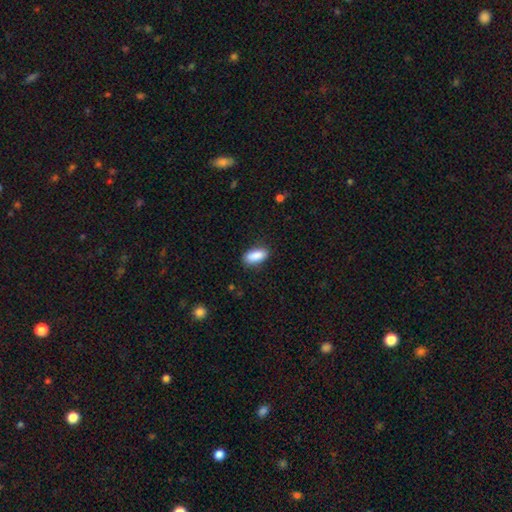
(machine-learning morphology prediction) This is clearly a smooth galaxy (89%). How rounded: clearly in between (87%). Merging: clearly none (84%).